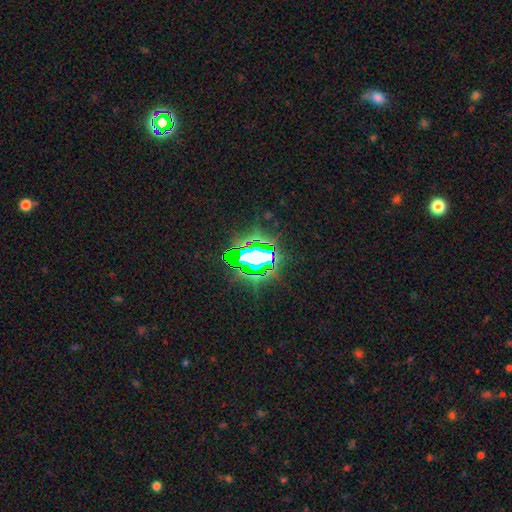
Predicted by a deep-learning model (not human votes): This appears to be a star or artifact, not a galaxy (74%).